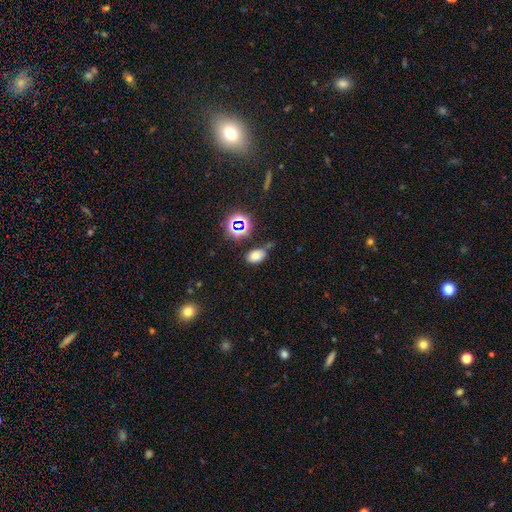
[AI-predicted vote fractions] This is likely a smooth galaxy (71%). How rounded: clearly in between (86%). Merging: likely none (65%).